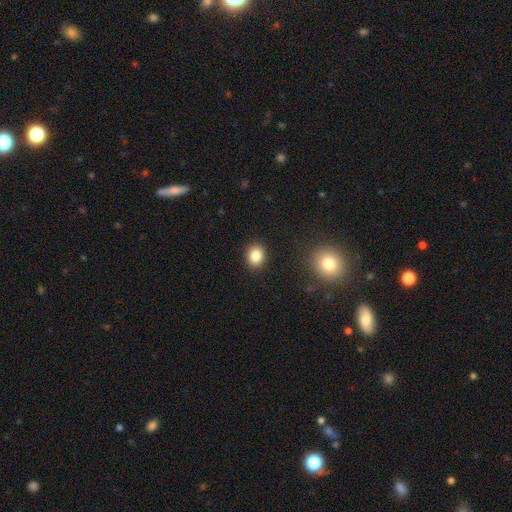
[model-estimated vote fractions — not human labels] Smooth or featured? smooth (84%)
How rounded? round (67%)
Merging? none (90%)